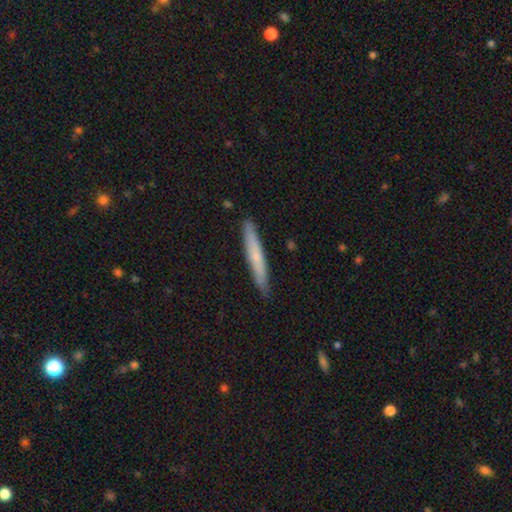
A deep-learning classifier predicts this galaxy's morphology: smooth-or-featured: smooth: 59% | featured or disk: 36% | star or artifact: 6%
  how-rounded: cigar-shaped: 95% | in between: 4% | round: 1%
  merging: none: 89% | minor disturbance: 9% | major disturbance: 1% | merger: 1%